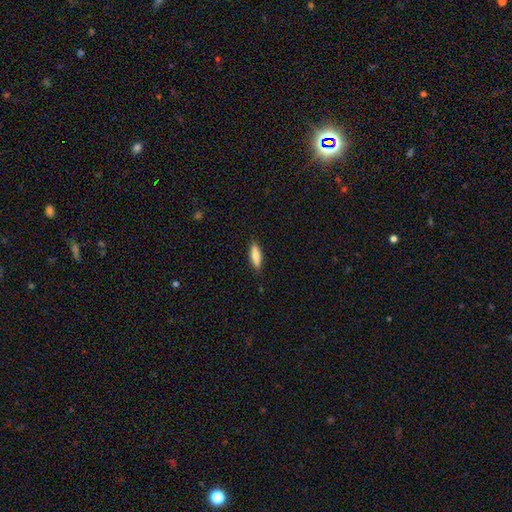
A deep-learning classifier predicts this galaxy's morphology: Smooth or featured: smooth — 81% (featured or disk — 13%)
How rounded: cigar-shaped — 57% (in between — 41%)
Merging: none — 86% (minor disturbance — 11%)